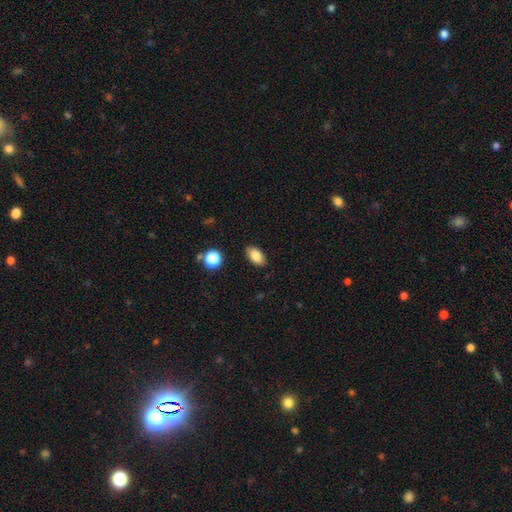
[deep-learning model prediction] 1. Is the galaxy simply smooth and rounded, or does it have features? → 84% smooth, 9% star or artifact, 7% featured or disk.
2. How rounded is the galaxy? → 90% in between, 7% round, 2% cigar-shaped.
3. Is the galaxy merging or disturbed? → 86% none, 10% minor disturbance, 2% major disturbance, 2% merger.